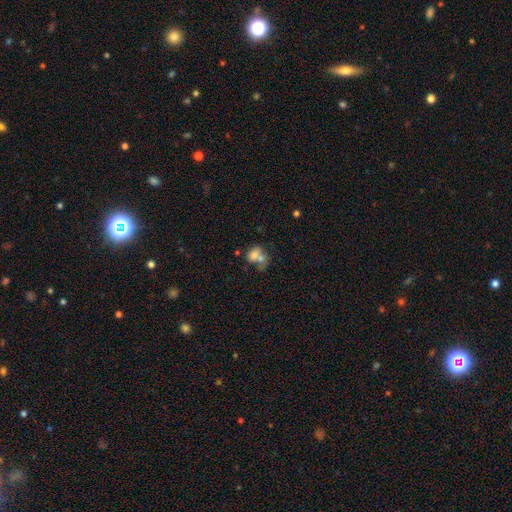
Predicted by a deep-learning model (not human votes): Smooth or featured? Predicted: smooth (p=0.67). How rounded? Predicted: in between (p=0.56). Merging? Predicted: merger (p=0.60).